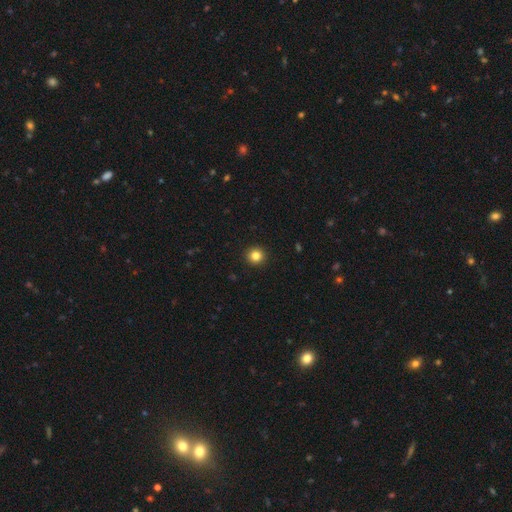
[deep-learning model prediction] Q: Smooth or featured?
A: smooth (84%); runner-up: star or artifact (12%)
Q: How rounded?
A: round (94%); runner-up: in between (5%)
Q: Merging?
A: none (93%); runner-up: minor disturbance (4%)